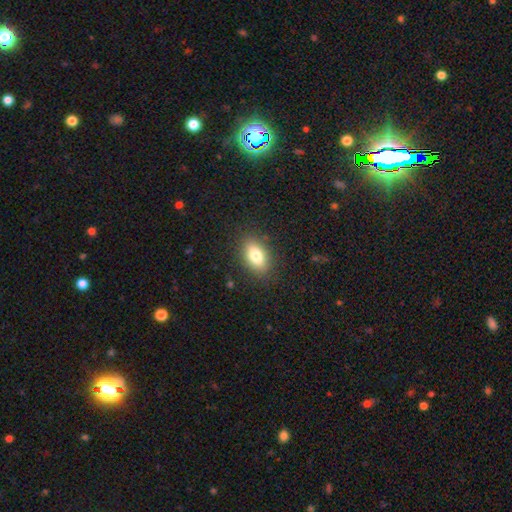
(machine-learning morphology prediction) smooth-or-featured: smooth: 78% | featured or disk: 13% | star or artifact: 9%
  how-rounded: in between: 86% | round: 9% | cigar-shaped: 5%
  merging: none: 86% | minor disturbance: 10% | major disturbance: 3% | merger: 1%